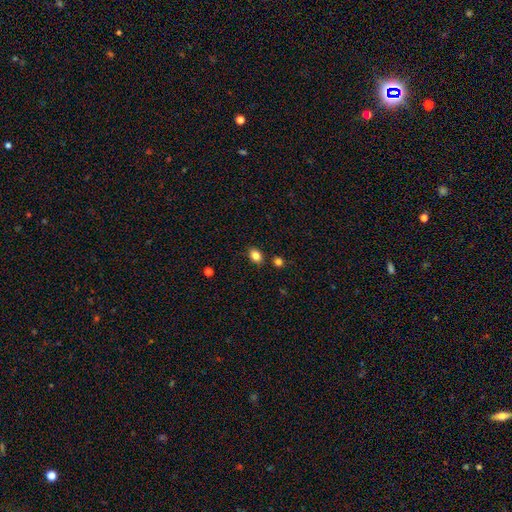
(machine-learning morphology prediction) A smooth galaxy with no disk features (84%) that is in between round and cigar-shaped (76%). Merging: none (83%).